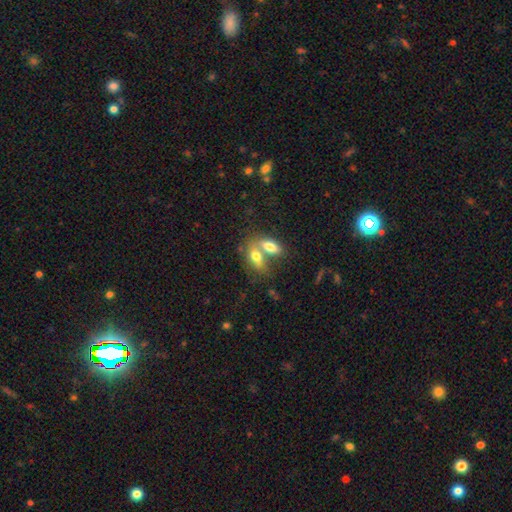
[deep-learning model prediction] smooth-or-featured: smooth: 72% | featured or disk: 20% | star or artifact: 7%
  how-rounded: in between: 84% | cigar-shaped: 9% | round: 7%
  merging: merger: 63% | none: 25% | minor disturbance: 8% | major disturbance: 4%